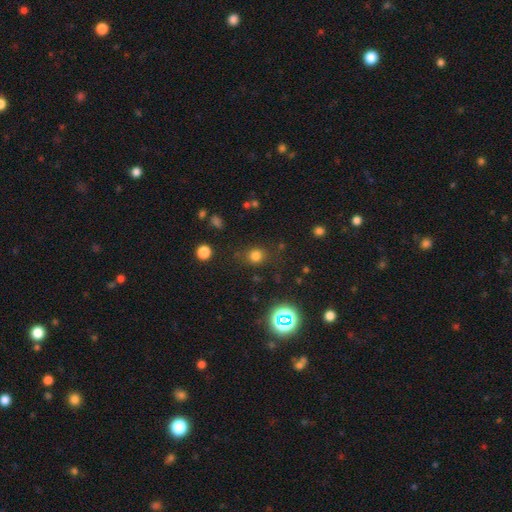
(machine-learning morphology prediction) type=smooth (75%); roundness=round (84%); merging=none (82%).